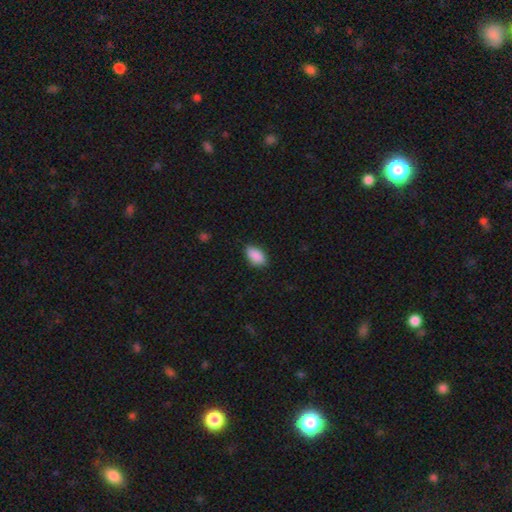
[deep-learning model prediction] Smooth or featured? Predicted: smooth (p=0.89). How rounded? Predicted: in between (p=0.92). Merging? Predicted: none (p=0.84).